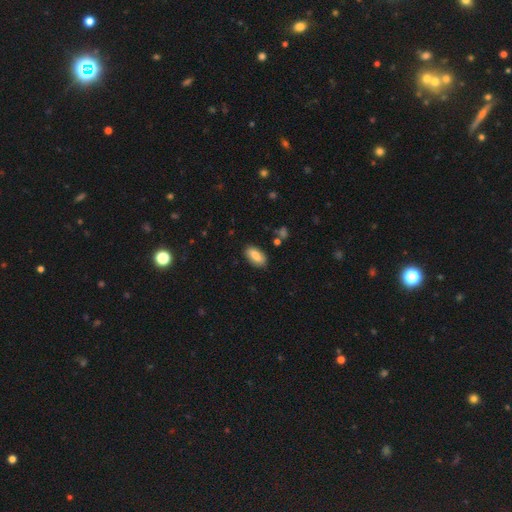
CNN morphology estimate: The model was most divided on "smooth or featured": smooth: 81%, featured or disk: 12%, star or artifact: 7%. More confident: how rounded — in between (89%); merging — none (83%).